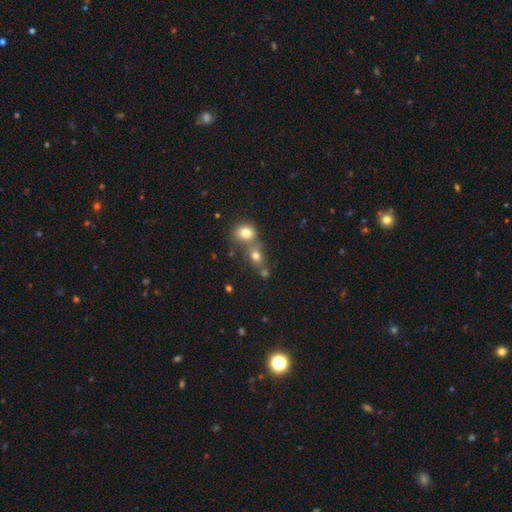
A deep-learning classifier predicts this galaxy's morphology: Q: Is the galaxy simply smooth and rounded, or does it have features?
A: smooth — 73%.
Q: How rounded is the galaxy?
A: round — 59%.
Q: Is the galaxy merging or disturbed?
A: merger — 46%.